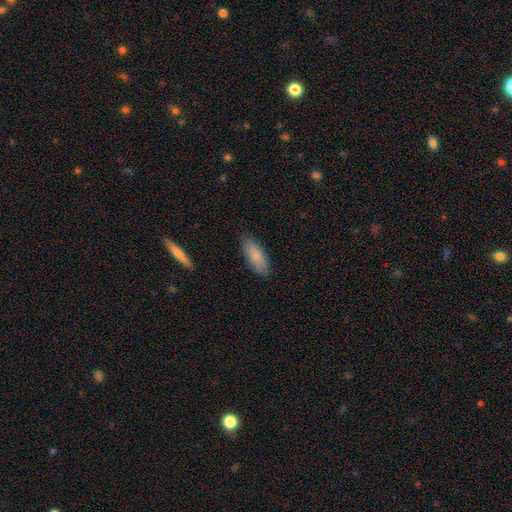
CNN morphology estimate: smooth-or-featured: smooth: 84% | featured or disk: 10% | star or artifact: 6%
  how-rounded: in between: 73% | cigar-shaped: 25% | round: 2%
  merging: none: 85% | minor disturbance: 11% | major disturbance: 2% | merger: 1%